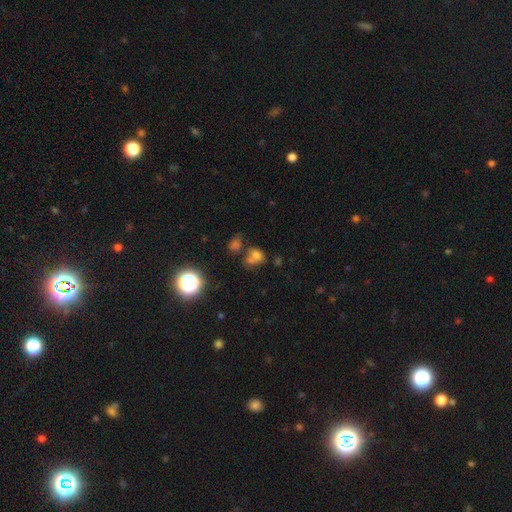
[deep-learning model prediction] A smooth galaxy with no disk features (62%) that is in between round and cigar-shaped (50%). Merging: merger (41%).